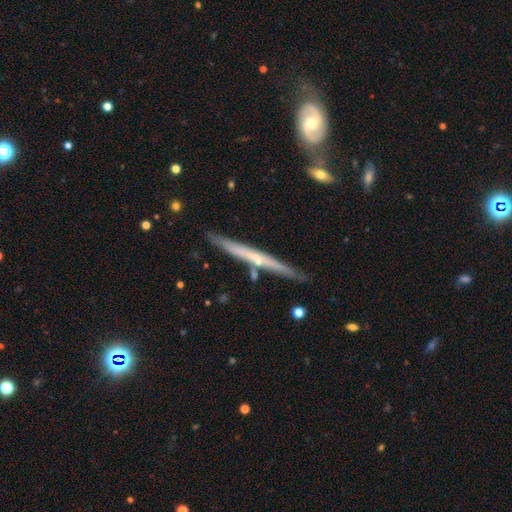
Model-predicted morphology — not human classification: A featured or disk galaxy (68%) viewed edge-on (96%) with no central bulge (59%).

Vote fractions:
- Smooth or featured? featured or disk: 68% / smooth: 26% / star or artifact: 7%
- Edge-on disk? yes: 96% / no: 4%
- Edge-on bulge? none: 59% / rounded: 35% / boxy: 6%
- Merging? none: 83% / minor disturbance: 11% / merger: 4% / major disturbance: 2%